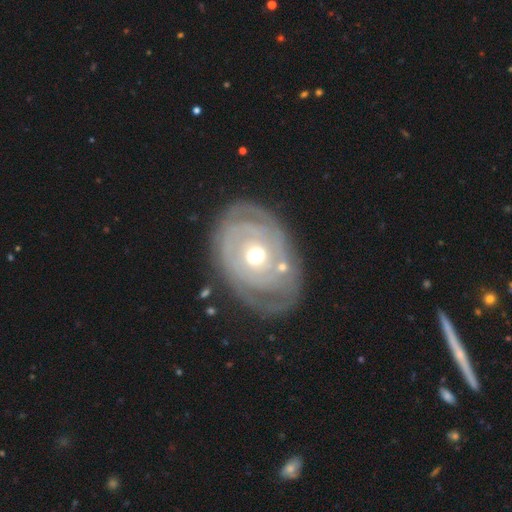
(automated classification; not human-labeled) Overall: featured or disk (80%). Edge-on disk: no (95%). Bar: no (76%). Spiral arms: yes (77%). Spiral arm count: can't tell (41%; 2 29%). Spiral winding: tight (77%). Bulge size: moderate (71%). Merging: none (73%).